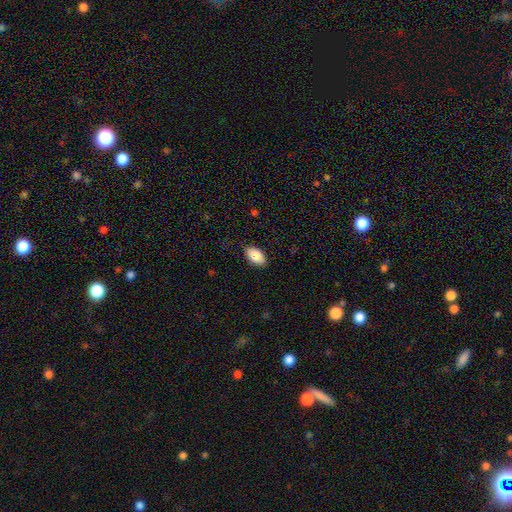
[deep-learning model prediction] Smooth or featured? smooth (86%)
How rounded? in between (94%)
Merging? none (84%)